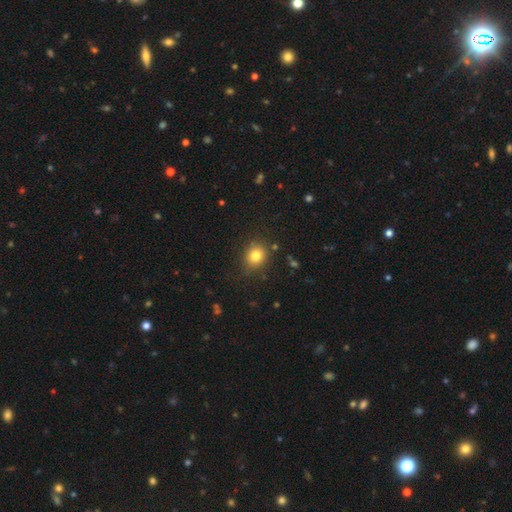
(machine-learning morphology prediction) A smooth galaxy with no disk features (80%) that is round (75%). Merging: none (83%).